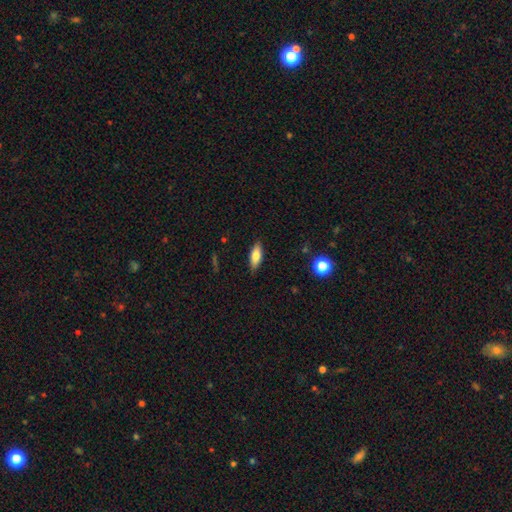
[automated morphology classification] smooth-or-featured: smooth: 76% | featured or disk: 17% | star or artifact: 7%
  how-rounded: in between: 69% | cigar-shaped: 28% | round: 2%
  merging: none: 87% | minor disturbance: 10% | major disturbance: 2% | merger: 1%